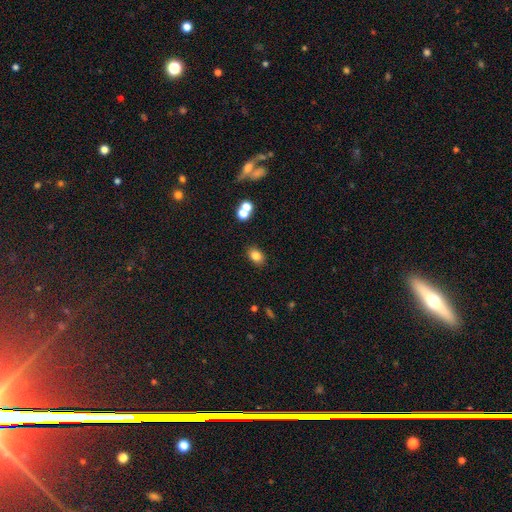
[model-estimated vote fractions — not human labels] This appears to be a smooth galaxy with no disk features (81%) that is in between round and cigar-shaped (72%). Merging: none (84%).